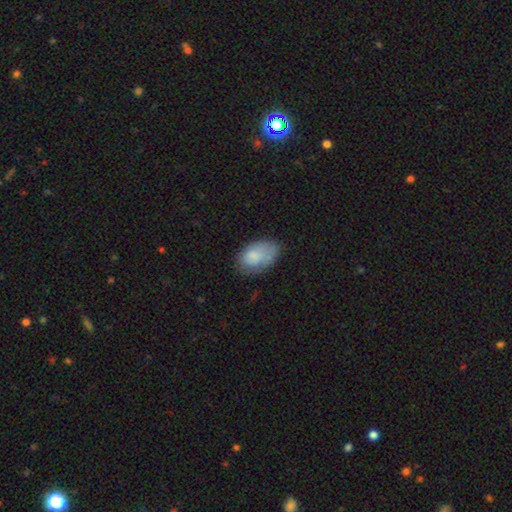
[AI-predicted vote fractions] Smooth or featured: smooth — 81% (featured or disk — 12%)
How rounded: in between — 92% (round — 7%)
Merging: none — 61% (minor disturbance — 28%)